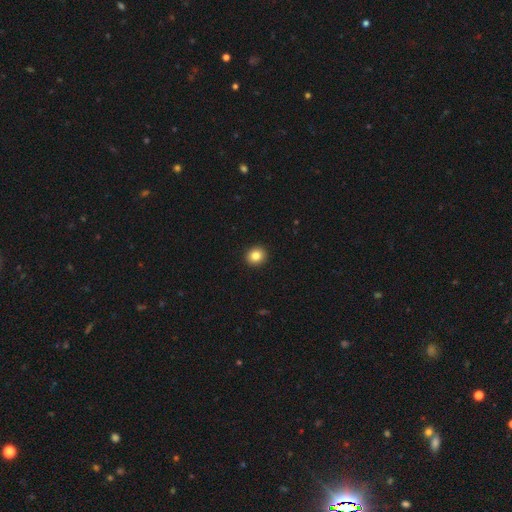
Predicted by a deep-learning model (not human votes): smooth-or-featured: smooth: 84% | star or artifact: 10% | featured or disk: 6%
  how-rounded: round: 85% | in between: 14% | cigar-shaped: 1%
  merging: none: 93% | minor disturbance: 4% | major disturbance: 1% | merger: 1%